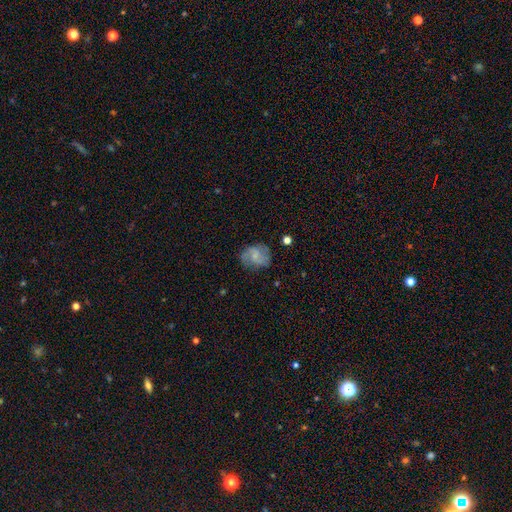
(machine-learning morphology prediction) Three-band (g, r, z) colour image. It shows a featured or disk galaxy (55%) with no bar (51%), spiral arms (84%) and a small central bulge (43%). Merging: none (65%).